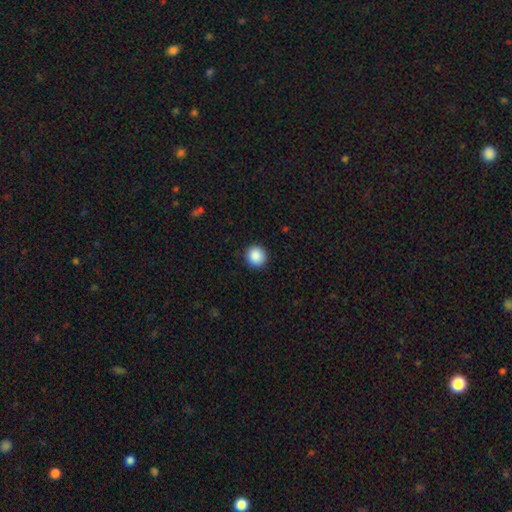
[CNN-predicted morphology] A smooth galaxy with no disk features (89%) that is round (94%).

Vote fractions:
- Smooth or featured? smooth: 89% / star or artifact: 9% / featured or disk: 3%
- How rounded? round: 94% / in between: 5% / cigar-shaped: 1%
- Merging? none: 92% / minor disturbance: 5% / major disturbance: 2% / merger: 1%